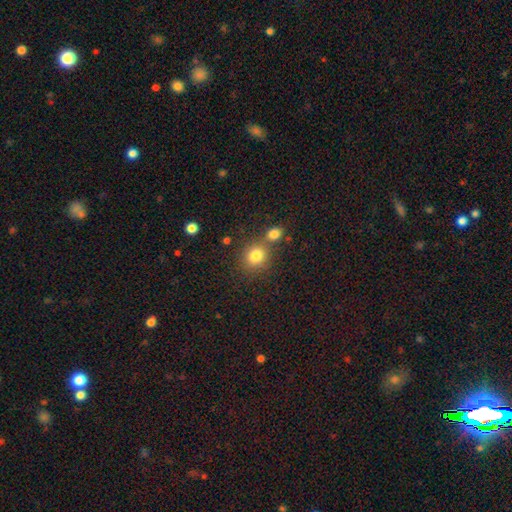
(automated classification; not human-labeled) smooth-or-featured: smooth: 80% | star or artifact: 12% | featured or disk: 8%
  how-rounded: round: 81% | in between: 18% | cigar-shaped: 1%
  merging: none: 62% | merger: 25% | minor disturbance: 9% | major disturbance: 3%